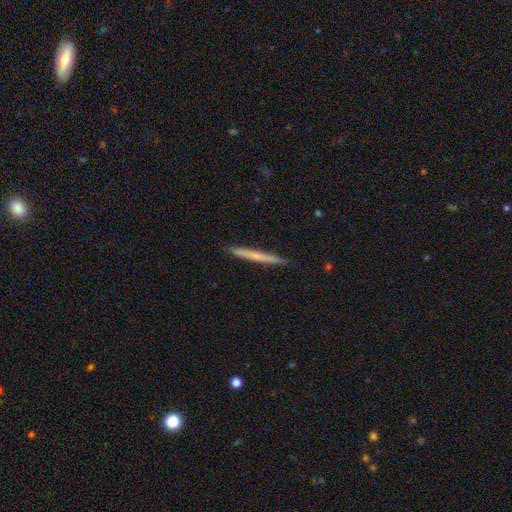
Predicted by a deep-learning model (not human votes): Overall: smooth (55%; featured or disk 40%). How rounded: cigar-shaped (97%). Merging: none (91%).